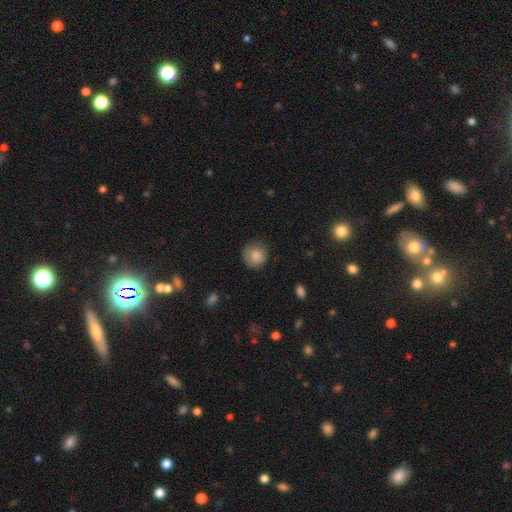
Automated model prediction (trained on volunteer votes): This appears to be a smooth galaxy with no disk features (85%) that is round (91%). Merging: none (81%).